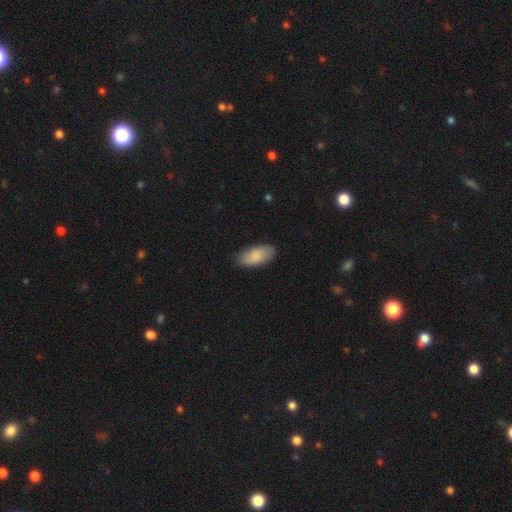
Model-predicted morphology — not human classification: smooth 87%, featured or disk 8%, star or artifact 5%. Down the decision tree: how rounded — in between (93%); merging — none (85%).